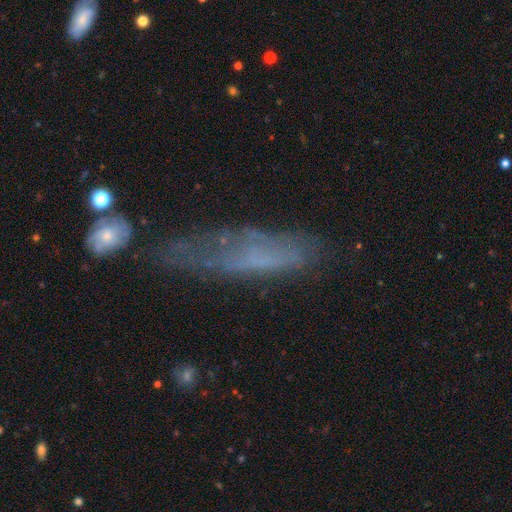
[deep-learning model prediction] smooth_or_featured: smooth (p=0.45) [alt: featured or disk p=0.42]
merging: none (p=0.38) [alt: minor disturbance p=0.29]